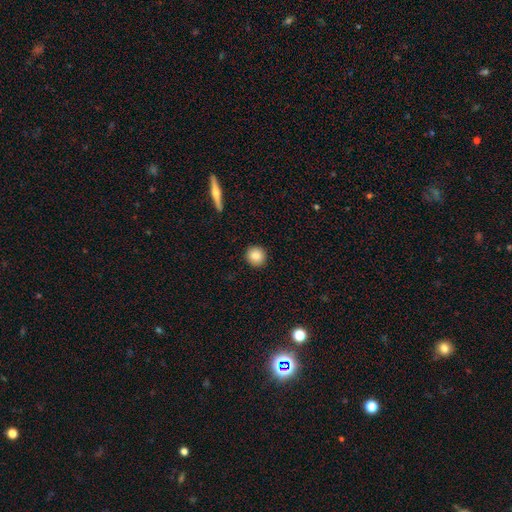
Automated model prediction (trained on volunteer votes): Overall: smooth (86%). How rounded: round (92%). Merging: none (92%).